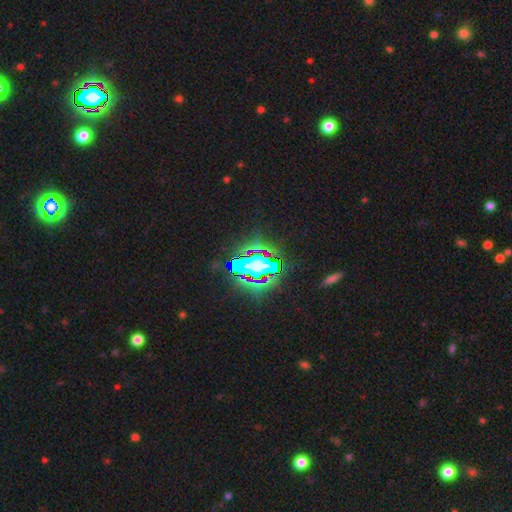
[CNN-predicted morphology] star or artifact 76%, featured or disk 12%, smooth 11%.